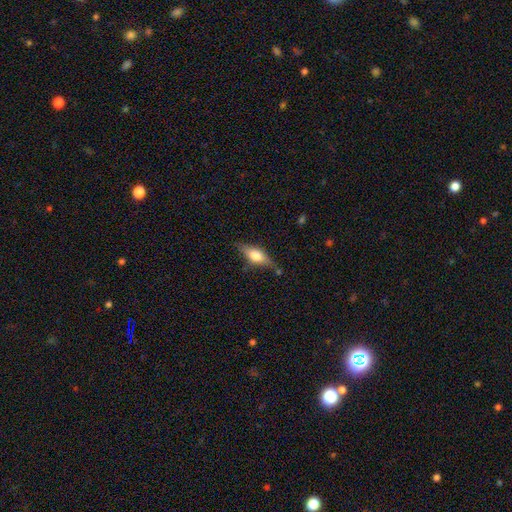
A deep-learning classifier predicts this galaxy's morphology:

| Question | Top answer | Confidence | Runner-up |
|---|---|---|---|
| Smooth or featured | smooth | 53% | featured or disk (40%) |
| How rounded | in between | 66% | cigar-shaped (30%) |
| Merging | none | 73% | minor disturbance (19%) |